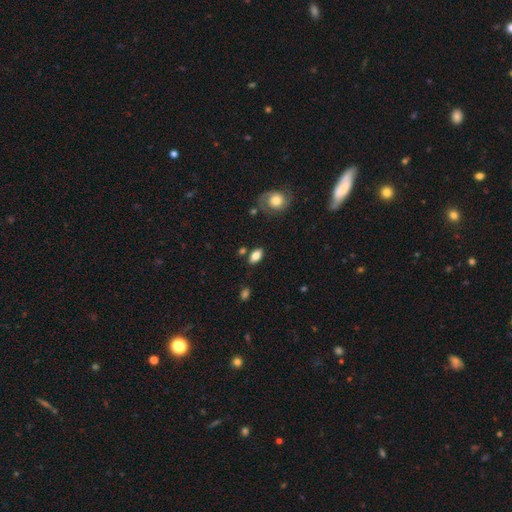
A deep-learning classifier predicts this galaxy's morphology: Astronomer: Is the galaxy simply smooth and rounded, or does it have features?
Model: smooth — 79%.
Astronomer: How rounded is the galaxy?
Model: in between — 90%.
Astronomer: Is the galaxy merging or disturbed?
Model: none — 80%.